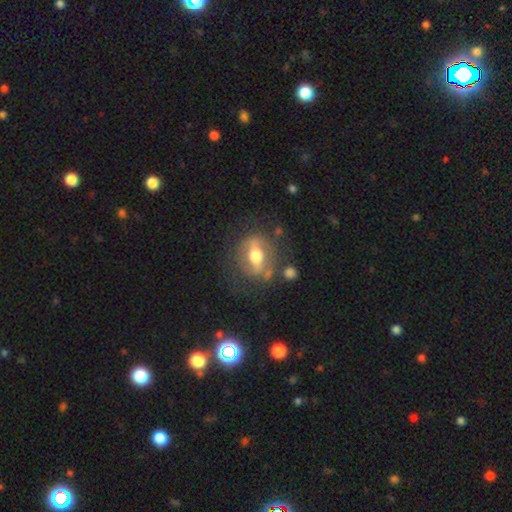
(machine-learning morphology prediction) featured or disk 68%, smooth 25%, star or artifact 7%. Down the decision tree: edge-on disk — no (84%); bar — strong (58%); spiral arms — no (56%); bulge size — moderate (62%); merging — none (65%).